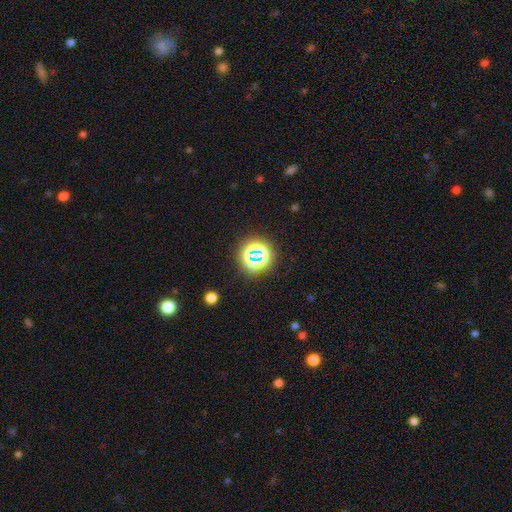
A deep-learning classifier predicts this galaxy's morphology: Smooth or featured?
  - star or artifact: 70% *
  - smooth: 21%
  - featured or disk: 9%